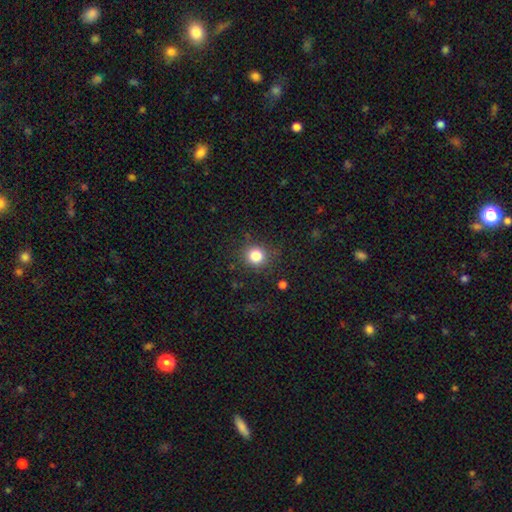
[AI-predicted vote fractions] Morphology: type=smooth (82%); roundness=round (90%); merging=none (85%).